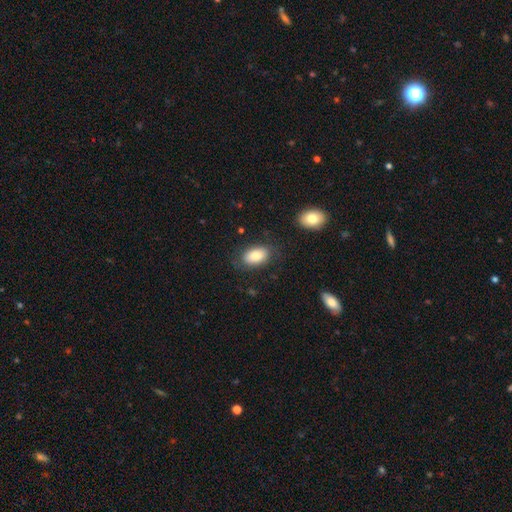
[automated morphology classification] smooth 83%, featured or disk 10%, star or artifact 7%. Down the decision tree: how rounded — in between (91%); merging — none (80%).